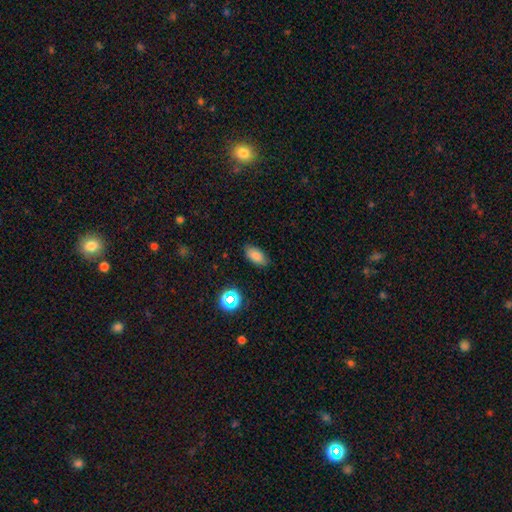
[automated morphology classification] smooth 81%, star or artifact 11%, featured or disk 8%. Down the decision tree: how rounded — in between (89%); merging — none (83%).